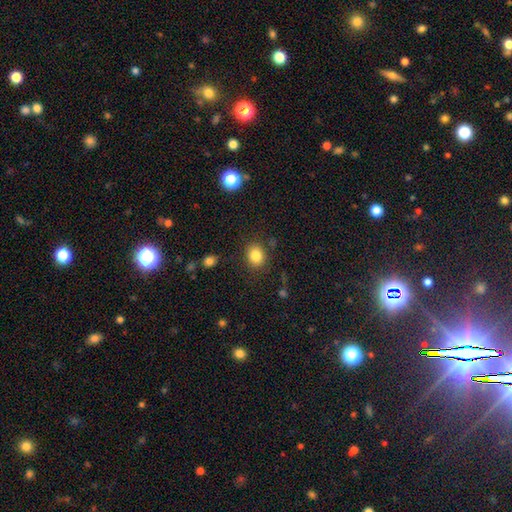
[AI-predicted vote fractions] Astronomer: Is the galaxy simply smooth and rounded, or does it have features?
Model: smooth — 83%.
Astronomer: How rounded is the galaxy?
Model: round — 59% (runner-up: in between, 40%).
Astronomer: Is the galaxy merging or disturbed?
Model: none — 84%.